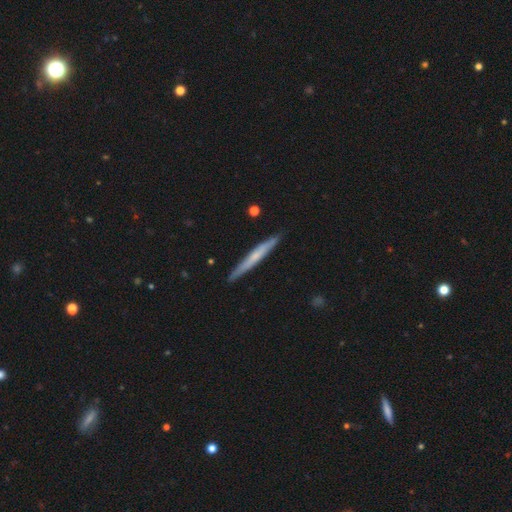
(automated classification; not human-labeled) Overall: featured or disk (51%; smooth 44%). Edge-on disk: yes (95%). Merging: none (90%).